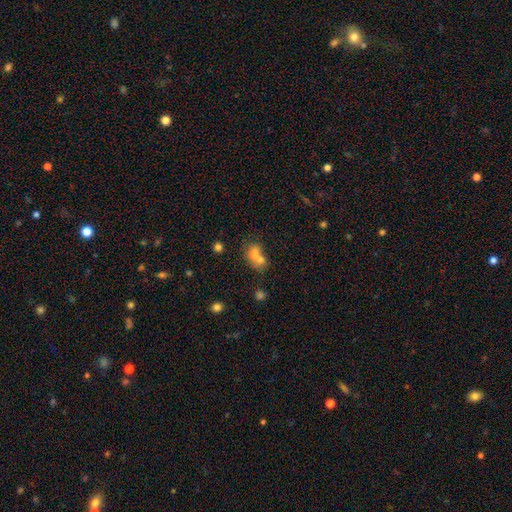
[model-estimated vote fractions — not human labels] The model was most divided on "how rounded": in between: 58%, round: 41%, cigar-shaped: 2%. More confident: smooth or featured — smooth (69%); merging — merger (61%).